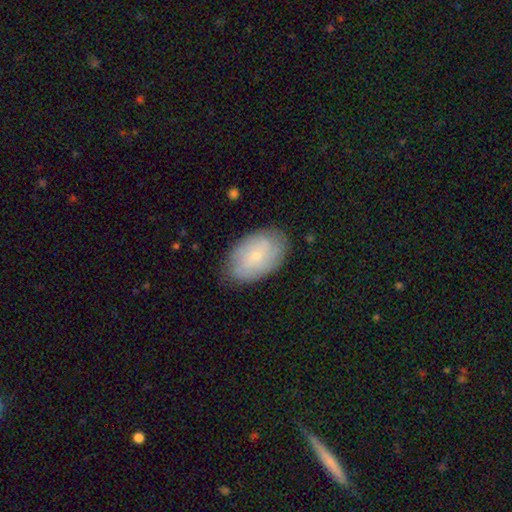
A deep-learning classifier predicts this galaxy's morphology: smooth-or-featured: smooth: 51% | featured or disk: 42% | star or artifact: 8%
  how-rounded: in between: 90% | round: 8% | cigar-shaped: 2%
  merging: none: 80% | minor disturbance: 15% | major disturbance: 4% | merger: 1%